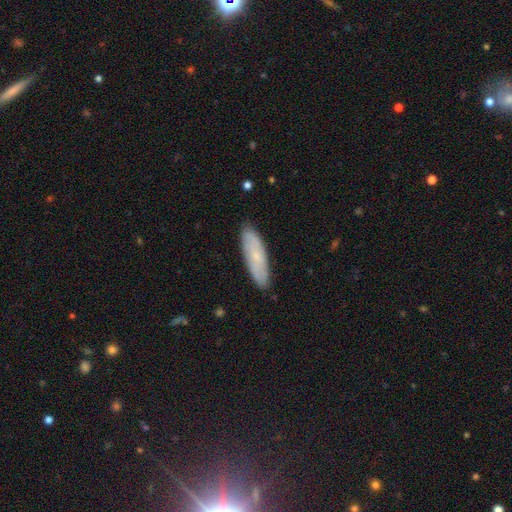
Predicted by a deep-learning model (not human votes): smooth_or_featured: smooth (p=0.58) [alt: featured or disk p=0.35]
how_rounded: cigar-shaped (p=0.59) [alt: in between p=0.39]
merging: none (p=0.87) [alt: minor disturbance p=0.10]